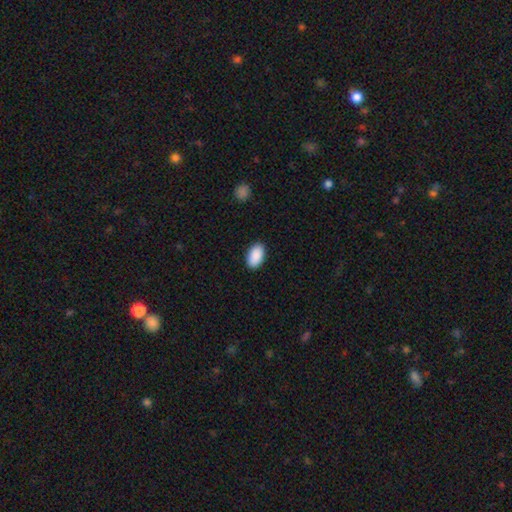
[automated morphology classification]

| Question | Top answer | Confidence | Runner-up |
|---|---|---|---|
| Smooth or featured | smooth | 91% | star or artifact (6%) |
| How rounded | in between | 95% | round (4%) |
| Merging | none | 90% | minor disturbance (7%) |